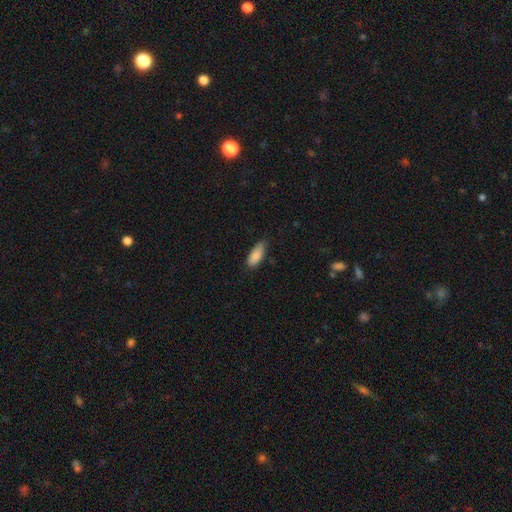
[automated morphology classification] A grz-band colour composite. It shows a smooth galaxy with no disk features (87%) that is in between round and cigar-shaped (78%). Merging: none (74%).